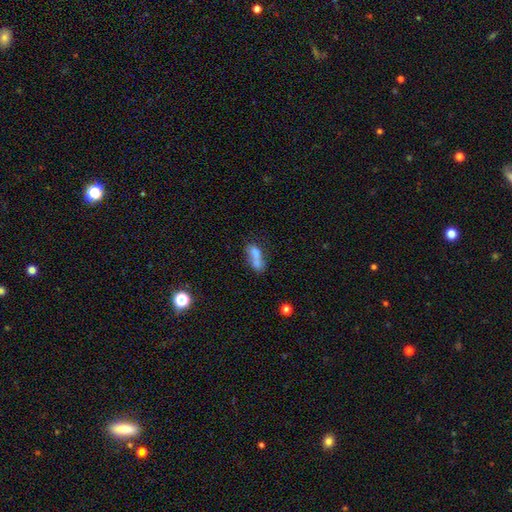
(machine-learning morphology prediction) Smooth or featured: smooth — 69% (featured or disk — 20%)
How rounded: in between — 70% (cigar-shaped — 23%)
Merging: merger — 43% (none — 30%)